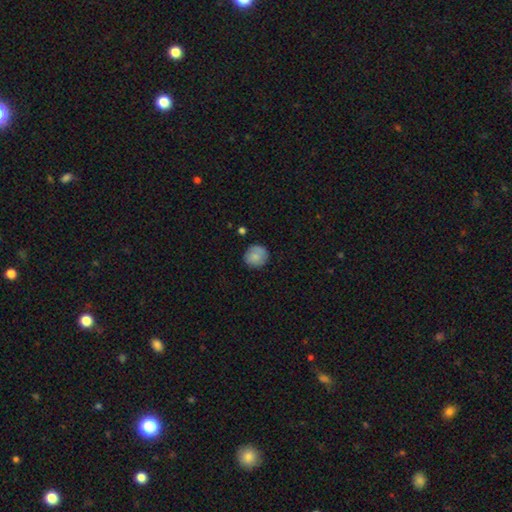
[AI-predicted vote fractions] Smooth or featured? Predicted: smooth (p=0.82). How rounded? Predicted: round (p=0.90). Merging? Predicted: none (p=0.83).